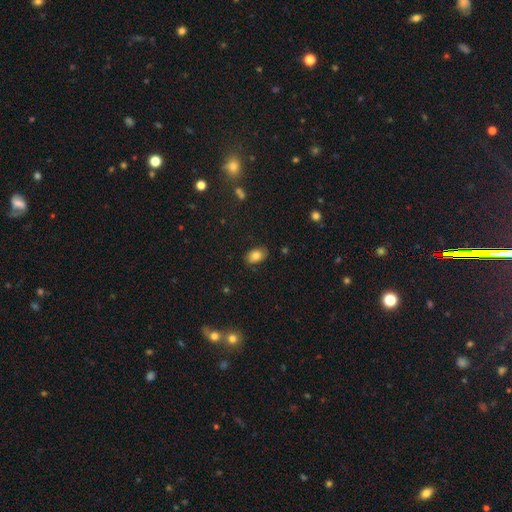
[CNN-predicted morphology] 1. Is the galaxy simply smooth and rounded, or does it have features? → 78% smooth, 13% featured or disk, 10% star or artifact.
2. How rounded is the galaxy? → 85% in between, 13% round, 1% cigar-shaped.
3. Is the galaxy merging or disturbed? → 80% none, 15% minor disturbance, 4% major disturbance, 1% merger.